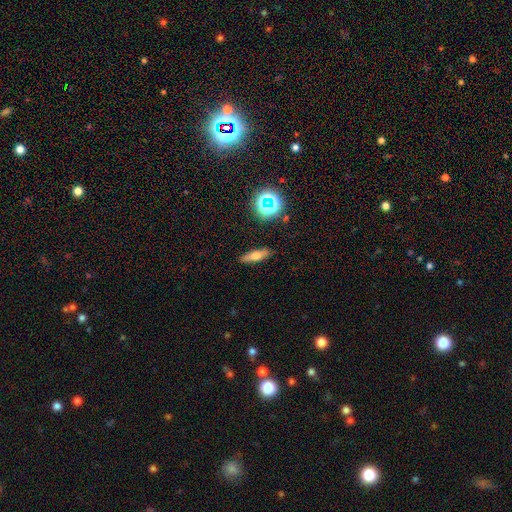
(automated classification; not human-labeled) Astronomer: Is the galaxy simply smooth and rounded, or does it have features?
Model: smooth — 58%.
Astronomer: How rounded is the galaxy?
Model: cigar-shaped — 59% (runner-up: in between, 36%).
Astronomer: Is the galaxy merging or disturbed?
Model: none — 87%.